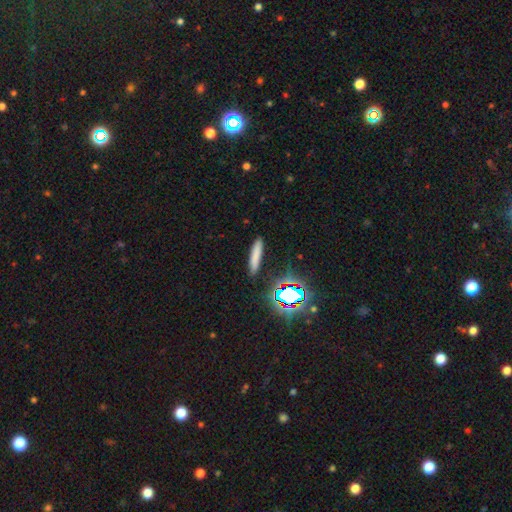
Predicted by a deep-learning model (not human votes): smooth 73%, star or artifact 15%, featured or disk 12%. Down the decision tree: how rounded — cigar-shaped (87%); merging — none (87%).